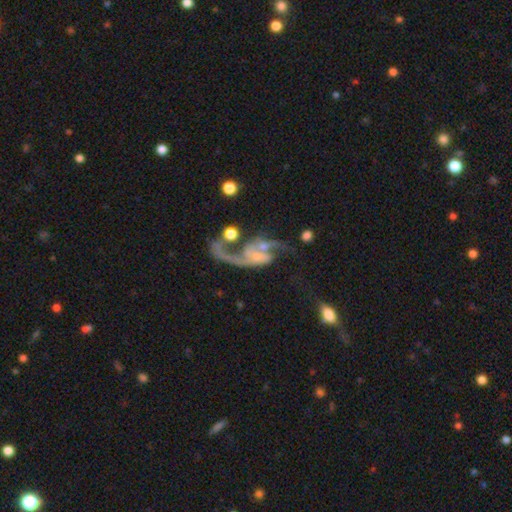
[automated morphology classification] Q: Smooth or featured?
A: featured or disk (86%); runner-up: smooth (7%)
Q: Edge-on disk?
A: no (97%); runner-up: yes (3%)
Q: Bar?
A: no (57%); runner-up: weak (32%)
Q: Spiral arms?
A: yes (93%); runner-up: no (7%)
Q: Spiral winding?
A: loose (75%); runner-up: medium (20%)
Q: Spiral arm count?
A: 2 (83%); runner-up: 1 (10%)
Q: Bulge size?
A: small (44%); runner-up: none (29%)
Q: Merging?
A: none (35%); runner-up: major disturbance (29%)